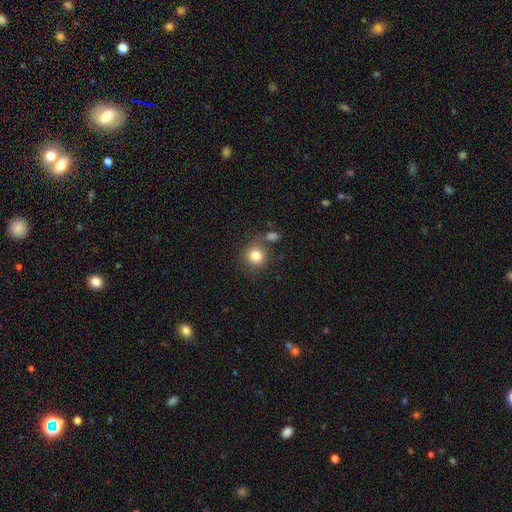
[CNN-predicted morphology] This appears to be a smooth galaxy with no disk features (82%) that is round (90%). Merging: none (70%).